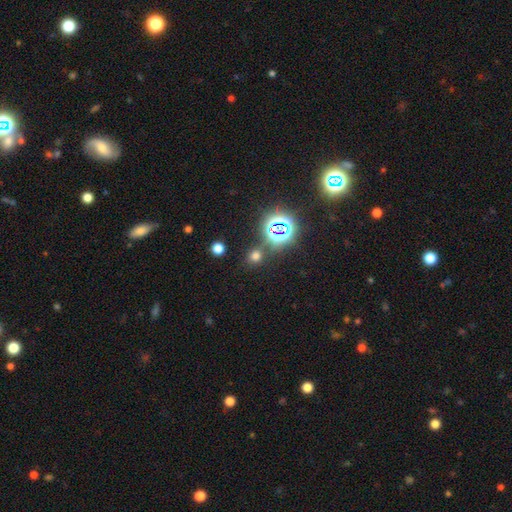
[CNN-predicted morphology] type=smooth (58%); roundness=round (80%); merging=none (78%).